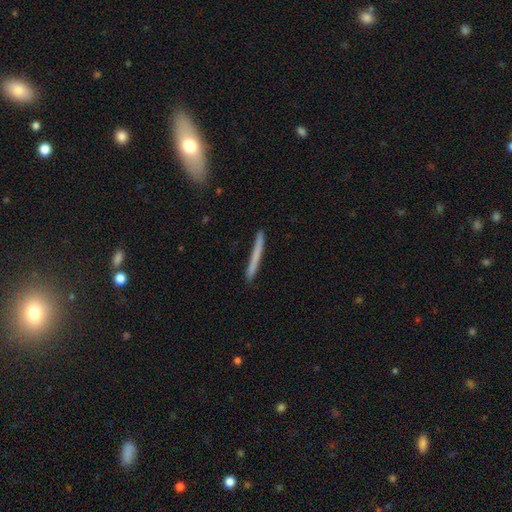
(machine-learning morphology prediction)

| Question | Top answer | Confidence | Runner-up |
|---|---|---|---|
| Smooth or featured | smooth | 64% | featured or disk (30%) |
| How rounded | cigar-shaped | 97% | in between (2%) |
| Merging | none | 90% | minor disturbance (7%) |